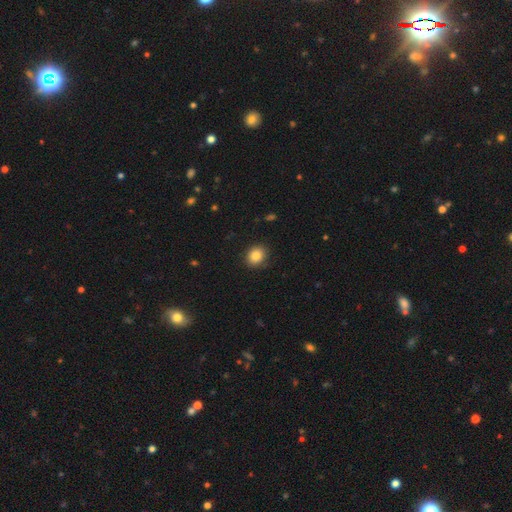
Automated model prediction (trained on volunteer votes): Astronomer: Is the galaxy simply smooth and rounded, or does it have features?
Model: smooth — 85%.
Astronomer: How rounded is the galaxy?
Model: round — 60% (runner-up: in between, 39%).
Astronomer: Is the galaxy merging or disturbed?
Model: none — 86%.